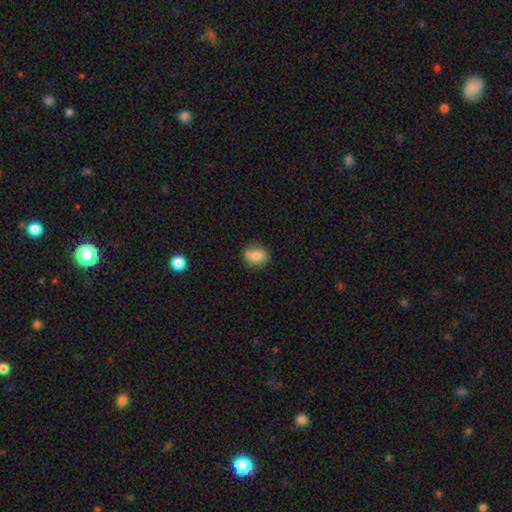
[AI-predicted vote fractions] Smooth or featured?
  - smooth: 81% *
  - featured or disk: 10%
  - star or artifact: 9%
How rounded?
  - round: 55% *
  - in between: 44%
  - cigar-shaped: 1%
Merging?
  - none: 76% *
  - minor disturbance: 17%
  - merger: 3%
  - major disturbance: 3%